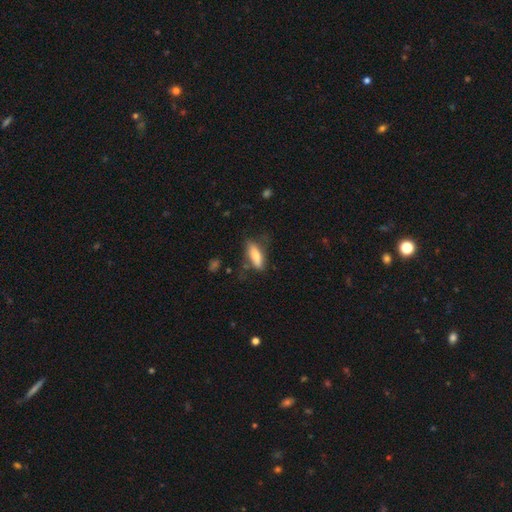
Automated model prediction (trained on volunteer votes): Smooth or featured? Predicted: smooth (p=0.72). How rounded? Predicted: in between (p=0.55). Merging? Predicted: none (p=0.62).